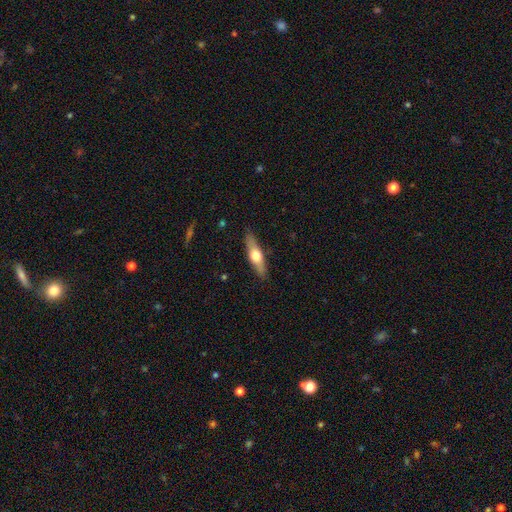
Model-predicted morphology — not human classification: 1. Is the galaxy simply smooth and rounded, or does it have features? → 50% featured or disk, 45% smooth, 5% star or artifact.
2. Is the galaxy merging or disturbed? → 88% none, 9% minor disturbance, 2% major disturbance, 1% merger.